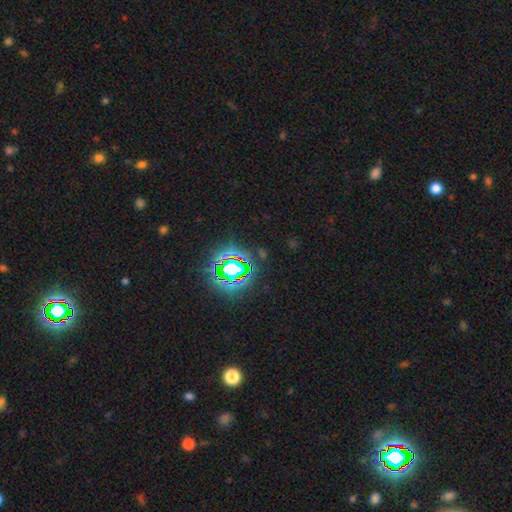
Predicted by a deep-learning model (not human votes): A star or artifact, not a galaxy (80%).

Vote fractions:
- Smooth or featured? star or artifact: 80% / smooth: 13% / featured or disk: 8%